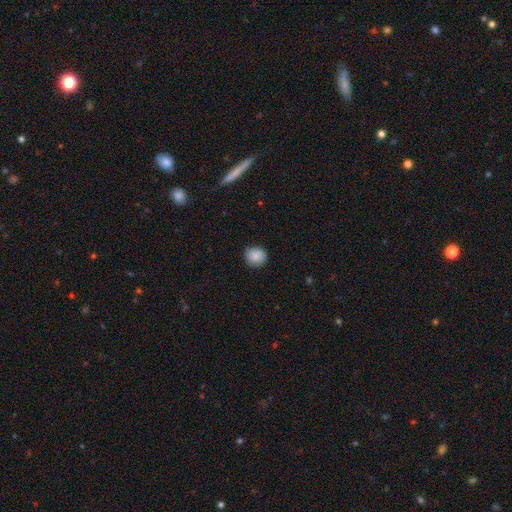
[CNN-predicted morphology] smooth-or-featured: smooth: 87% | star or artifact: 8% | featured or disk: 5%
  how-rounded: round: 86% | in between: 13% | cigar-shaped: 1%
  merging: none: 82% | minor disturbance: 15% | major disturbance: 3% | merger: 1%